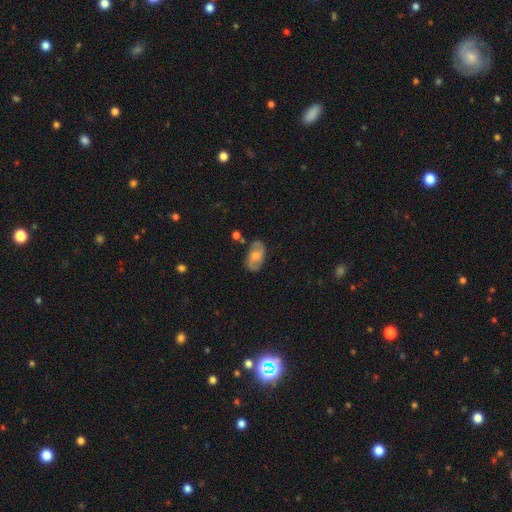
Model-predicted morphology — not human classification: The model was most divided on "smooth or featured": featured or disk: 48%, smooth: 45%, star or artifact: 8%. More confident: merging — none (74%).